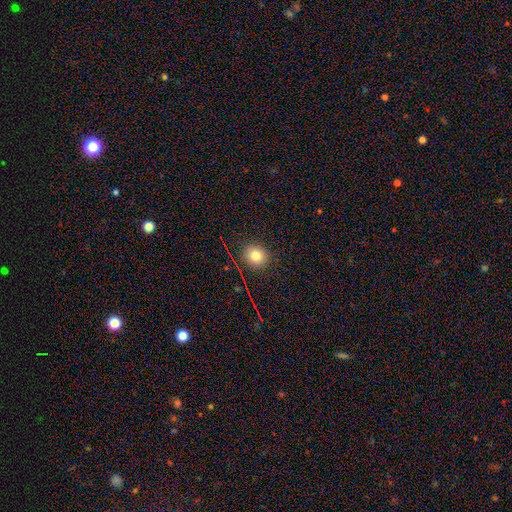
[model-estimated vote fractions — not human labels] The model was most divided on "smooth or featured": smooth: 77%, star or artifact: 15%, featured or disk: 8%. More confident: merging — none (89%); how rounded — round (87%).